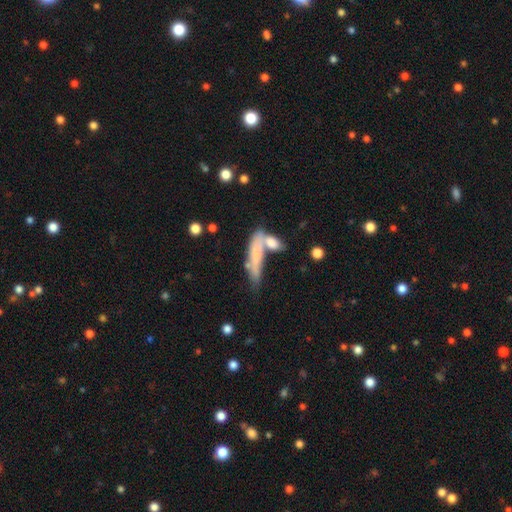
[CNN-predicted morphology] This appears to be a smooth galaxy with no disk features (67%) that is cigar-shaped (67%). Merging: merger (38%).